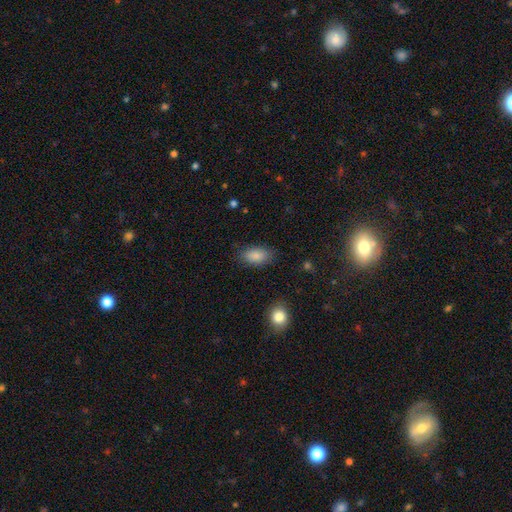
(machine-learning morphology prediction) Smooth or featured? Predicted: smooth (p=0.88). How rounded? Predicted: in between (p=0.92). Merging? Predicted: none (p=0.84).